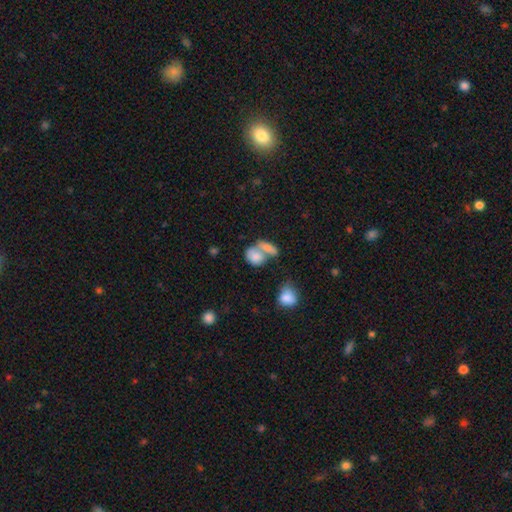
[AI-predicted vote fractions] smooth 76%, featured or disk 16%, star or artifact 9%. Down the decision tree: how rounded — in between (68%); merging — merger (62%).